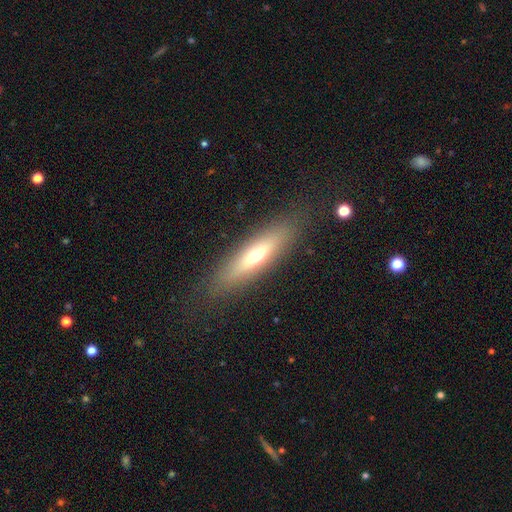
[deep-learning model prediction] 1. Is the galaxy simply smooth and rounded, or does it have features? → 52% smooth, 40% featured or disk, 8% star or artifact.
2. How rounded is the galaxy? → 70% cigar-shaped, 27% in between, 2% round.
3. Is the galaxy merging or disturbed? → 86% none, 9% minor disturbance, 3% major disturbance, 1% merger.